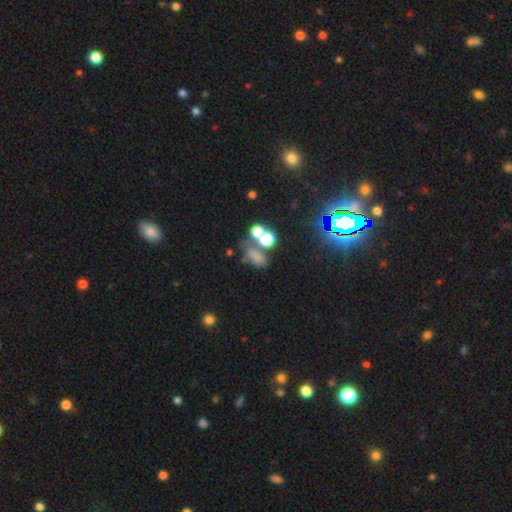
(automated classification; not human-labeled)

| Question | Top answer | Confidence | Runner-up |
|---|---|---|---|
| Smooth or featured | smooth | 56% | star or artifact (28%) |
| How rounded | in between | 65% | round (31%) |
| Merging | none | 36% | merger (34%) |